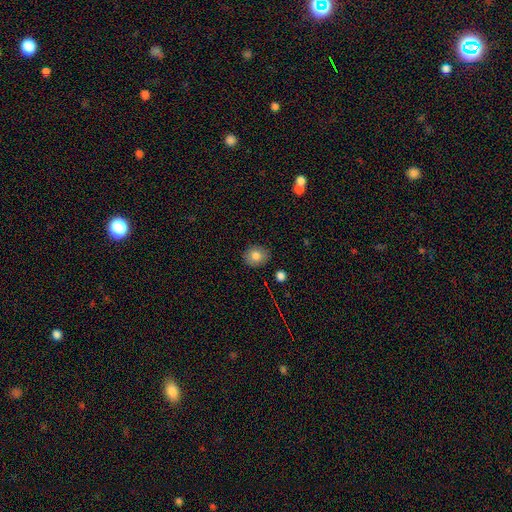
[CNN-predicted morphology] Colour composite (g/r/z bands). It shows a smooth galaxy with no disk features (81%) that is round (65%). Merging: none (87%).